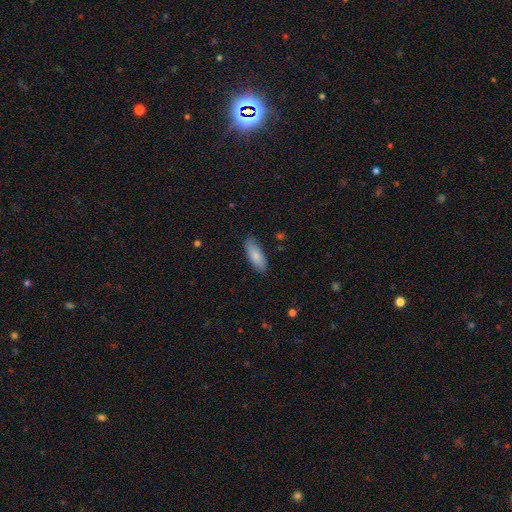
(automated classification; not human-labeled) smooth_or_featured: smooth (p=0.82) [alt: featured or disk p=0.12]
how_rounded: in between (p=0.74) [alt: cigar-shaped p=0.24]
merging: none (p=0.83) [alt: minor disturbance p=0.14]